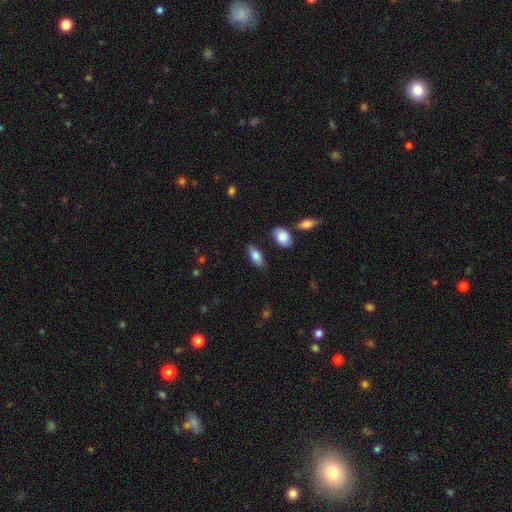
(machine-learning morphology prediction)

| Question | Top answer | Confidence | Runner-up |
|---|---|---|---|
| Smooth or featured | smooth | 80% | featured or disk (13%) |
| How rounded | in between | 87% | cigar-shaped (10%) |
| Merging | none | 79% | minor disturbance (15%) |